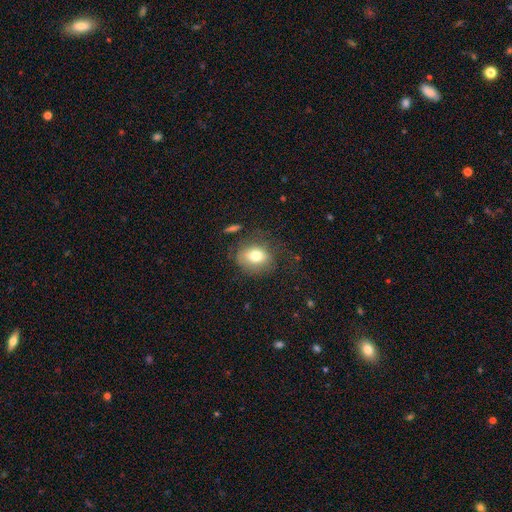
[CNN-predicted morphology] smooth_or_featured: smooth (p=0.75) [alt: featured or disk p=0.15]
how_rounded: in between (p=0.53) [alt: round p=0.45]
merging: none (p=0.66) [alt: minor disturbance p=0.20]